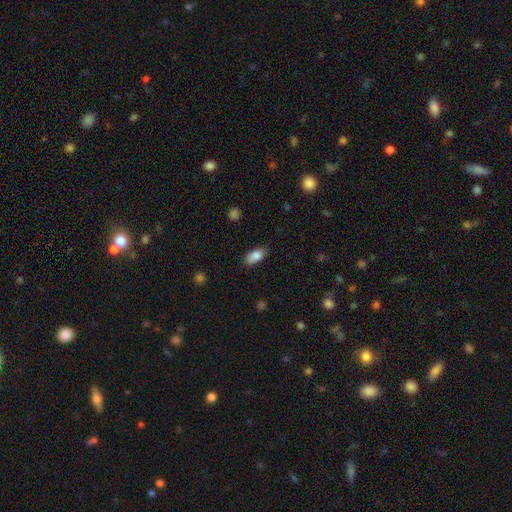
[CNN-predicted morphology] Smooth or featured? Predicted: smooth (p=0.85). How rounded? Predicted: in between (p=0.88). Merging? Predicted: none (p=0.82).